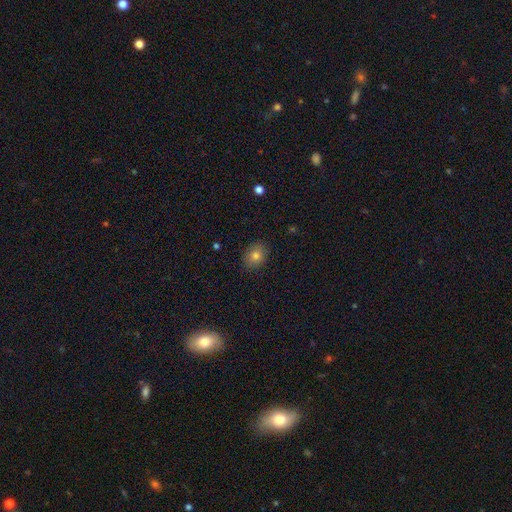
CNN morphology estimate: smooth-or-featured: smooth: 79% | featured or disk: 11% | star or artifact: 10%
  how-rounded: in between: 60% | round: 39% | cigar-shaped: 1%
  merging: none: 86% | minor disturbance: 11% | major disturbance: 2% | merger: 1%